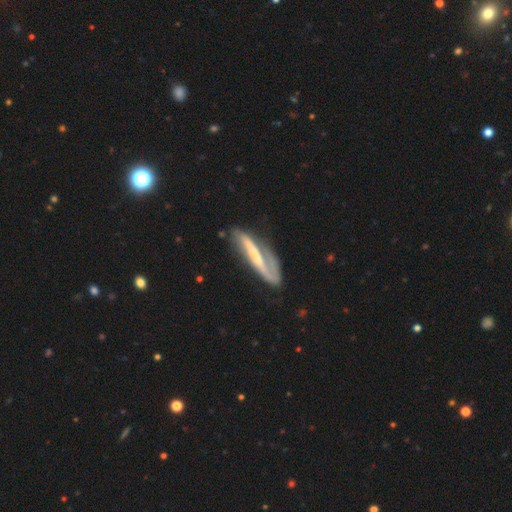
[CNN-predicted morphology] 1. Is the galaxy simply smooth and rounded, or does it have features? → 73% featured or disk, 22% smooth, 5% star or artifact.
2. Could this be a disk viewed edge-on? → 69% no, 31% yes.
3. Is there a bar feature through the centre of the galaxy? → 58% strong, 23% weak, 19% no.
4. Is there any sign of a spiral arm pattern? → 84% yes, 16% no.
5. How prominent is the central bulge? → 41% small, 26% moderate, 25% none, 6% large, 2% dominant.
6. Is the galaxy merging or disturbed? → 57% none, 24% minor disturbance, 15% major disturbance, 4% merger.